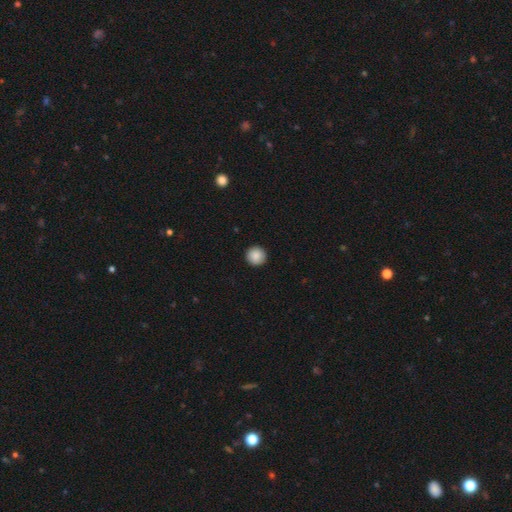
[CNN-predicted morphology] Smooth or featured? smooth (88%)
How rounded? round (95%)
Merging? none (92%)